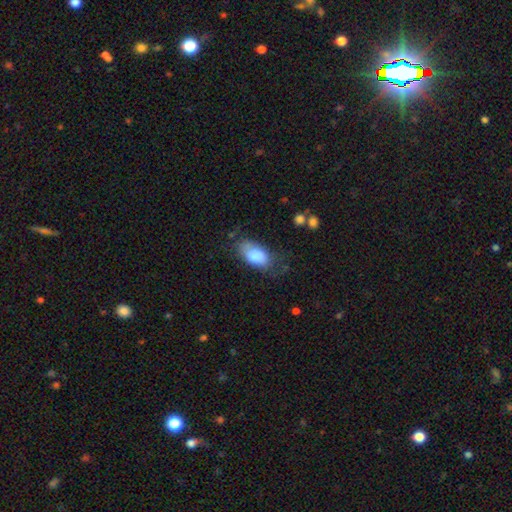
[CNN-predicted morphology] This appears to be a smooth galaxy with no disk features (81%) that is in between round and cigar-shaped (92%). Merging: none (56%).